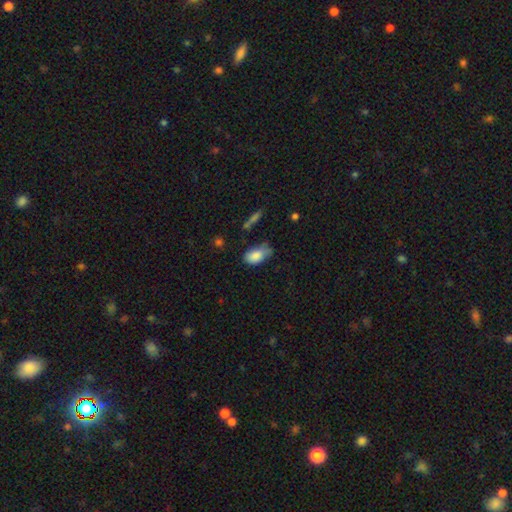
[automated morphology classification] A smooth galaxy with no disk features (82%) that is in between round and cigar-shaped (91%). Merging: none (43%).